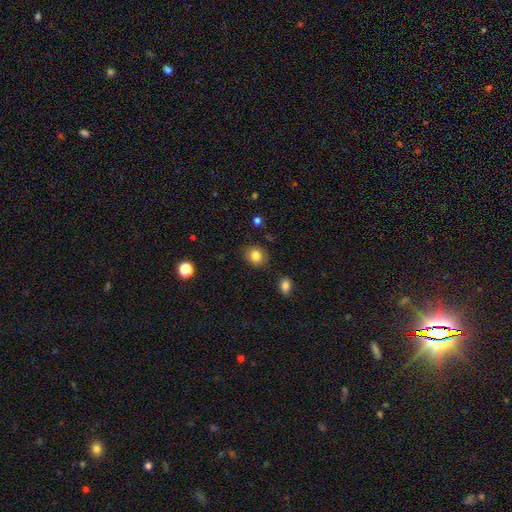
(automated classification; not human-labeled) smooth_or_featured: smooth (p=0.83) [alt: star or artifact p=0.10]
how_rounded: round (p=0.69) [alt: in between p=0.30]
merging: none (p=0.86) [alt: minor disturbance p=0.10]